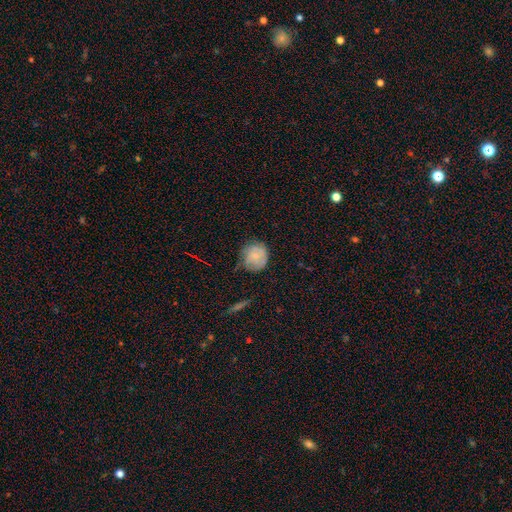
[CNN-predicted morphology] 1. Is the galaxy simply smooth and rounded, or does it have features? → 61% smooth, 30% featured or disk, 9% star or artifact.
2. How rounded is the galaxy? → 83% round, 16% in between, 1% cigar-shaped.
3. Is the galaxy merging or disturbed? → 55% none, 32% minor disturbance, 11% major disturbance, 2% merger.